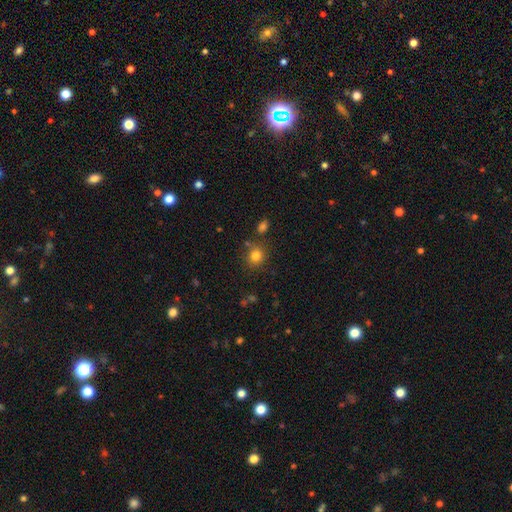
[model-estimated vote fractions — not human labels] A smooth galaxy with no disk features (81%) that is round (82%).

Vote fractions:
- Smooth or featured? smooth: 81% / star or artifact: 12% / featured or disk: 7%
- How rounded? round: 82% / in between: 17% / cigar-shaped: 1%
- Merging? none: 77% / minor disturbance: 11% / merger: 7% / major disturbance: 4%